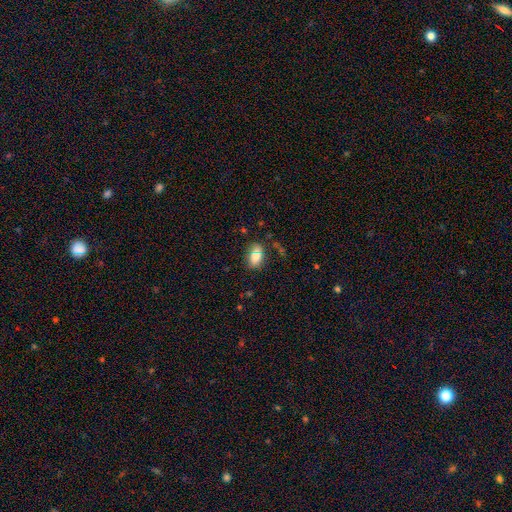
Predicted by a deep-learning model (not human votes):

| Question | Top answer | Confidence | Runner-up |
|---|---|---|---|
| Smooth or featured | smooth | 76% | featured or disk (14%) |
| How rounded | in between | 77% | round (21%) |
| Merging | none | 69% | minor disturbance (17%) |